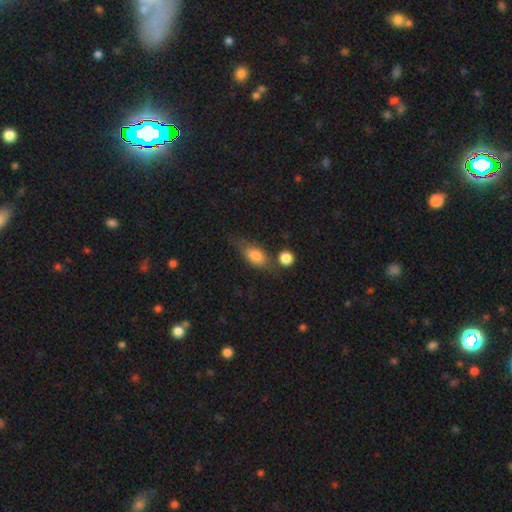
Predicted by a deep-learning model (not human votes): Q: Smooth or featured?
A: smooth (70%); runner-up: featured or disk (21%)
Q: How rounded?
A: in between (72%); runner-up: cigar-shaped (17%)
Q: Merging?
A: none (54%); runner-up: minor disturbance (22%)